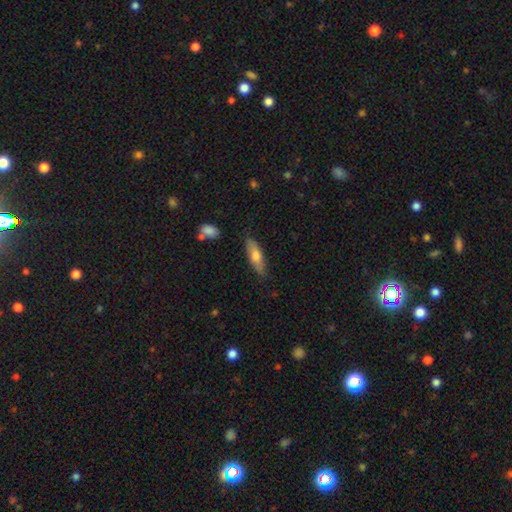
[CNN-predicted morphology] Smooth or featured: smooth — 63% (featured or disk — 31%)
How rounded: cigar-shaped — 50% (in between — 47%)
Merging: none — 78% (minor disturbance — 16%)